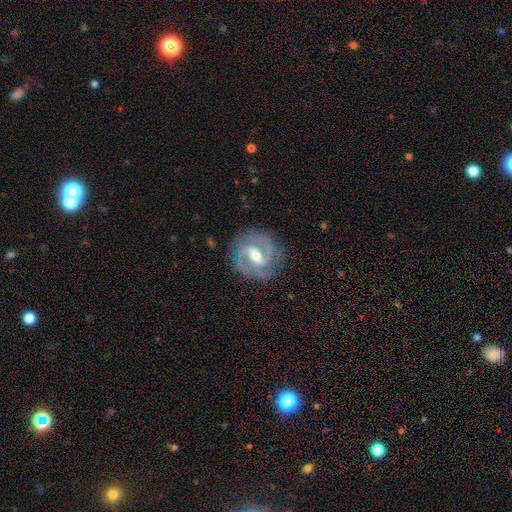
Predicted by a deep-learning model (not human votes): Smooth or featured?
  - featured or disk: 88% *
  - smooth: 7%
  - star or artifact: 5%
Edge-on disk?
  - no: 97% *
  - yes: 3%
Bar?
  - weak: 45% *
  - strong: 41%
  - no: 14%
Spiral arms?
  - yes: 96% *
  - no: 4%
Spiral winding?
  - medium: 48% *
  - tight: 42%
  - loose: 11%
Spiral arm count?
  - 2: 84% *
  - 3: 6%
  - can't tell: 5%
  - 1: 2%
  - 4: 1%
  - more than 4: 1%
Bulge size?
  - moderate: 54% *
  - small: 41%
  - large: 3%
  - none: 1%
  - dominant: 1%
Merging?
  - none: 82% *
  - minor disturbance: 12%
  - major disturbance: 4%
  - merger: 1%